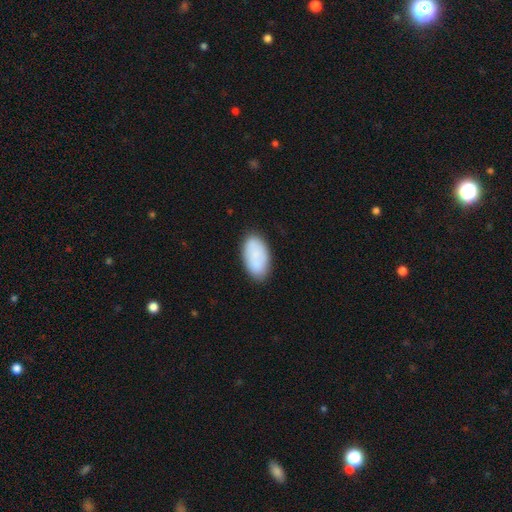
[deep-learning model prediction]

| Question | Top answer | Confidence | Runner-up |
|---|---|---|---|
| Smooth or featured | smooth | 84% | featured or disk (10%) |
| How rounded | in between | 95% | round (3%) |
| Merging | none | 84% | minor disturbance (12%) |